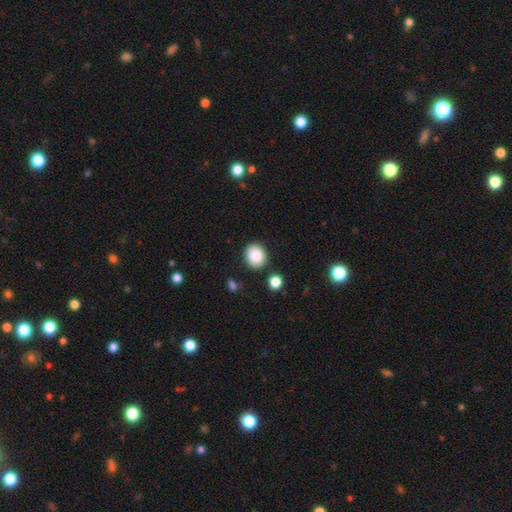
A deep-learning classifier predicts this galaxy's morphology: Smooth or featured? Predicted: smooth (p=0.86). How rounded? Predicted: round (p=0.61). Merging? Predicted: none (p=0.82).